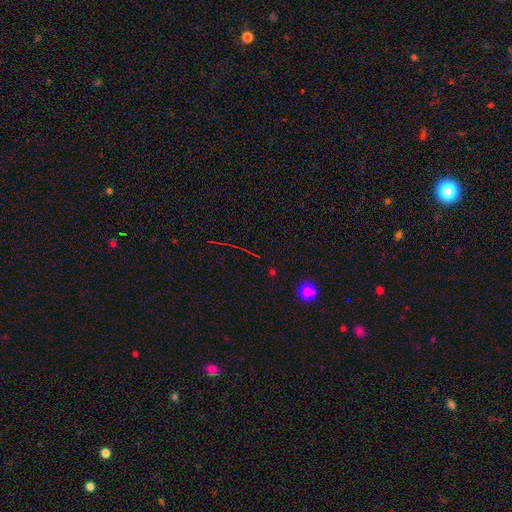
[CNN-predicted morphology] Smooth or featured: star or artifact — 68% (smooth — 21%)